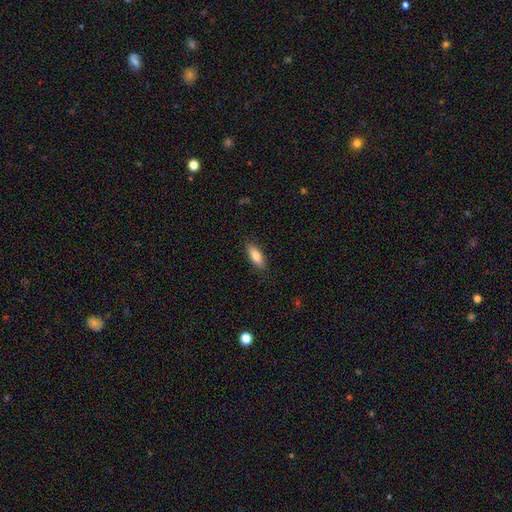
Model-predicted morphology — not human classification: smooth 81%, featured or disk 12%, star or artifact 6%. Down the decision tree: how rounded — in between (73%); merging — none (86%).